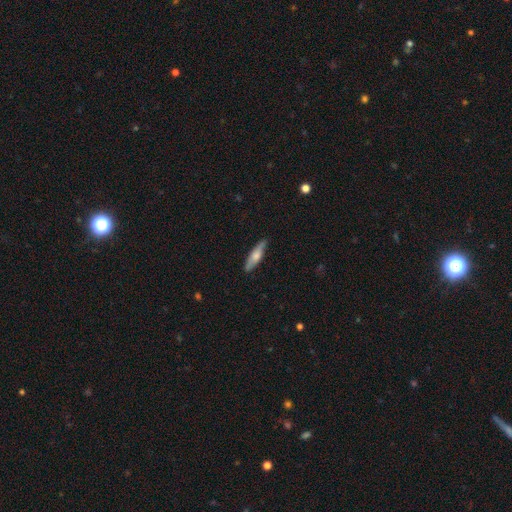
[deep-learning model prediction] smooth_or_featured: smooth (p=0.58) [alt: featured or disk p=0.36]
how_rounded: cigar-shaped (p=0.66) [alt: in between p=0.32]
merging: none (p=0.82) [alt: minor disturbance p=0.15]